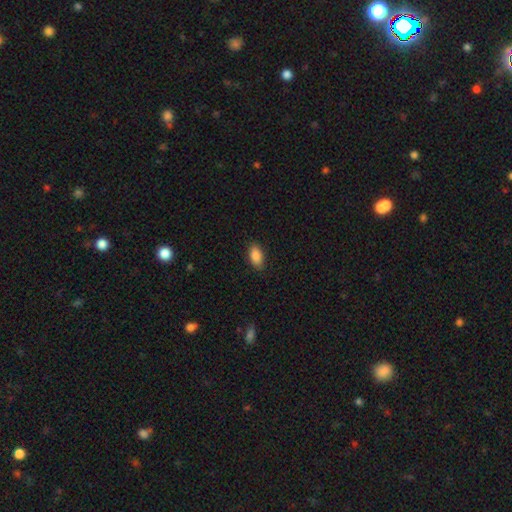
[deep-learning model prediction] Morphology: type=smooth (89%); roundness=in between (91%); merging=none (87%).